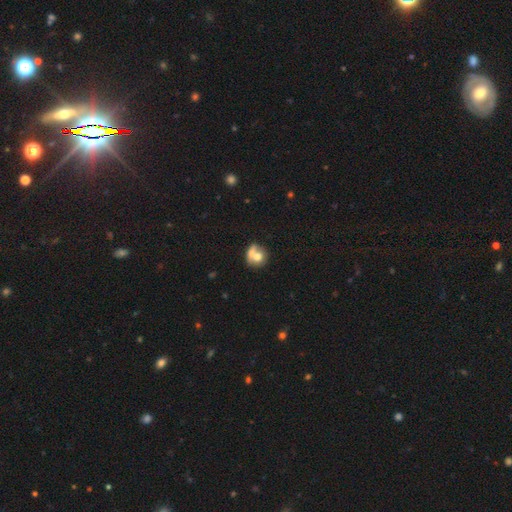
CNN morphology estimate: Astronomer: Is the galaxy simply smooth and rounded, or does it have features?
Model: smooth — 65%.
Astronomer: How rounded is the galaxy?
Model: round — 76%.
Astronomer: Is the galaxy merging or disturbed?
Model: merger — 56%.